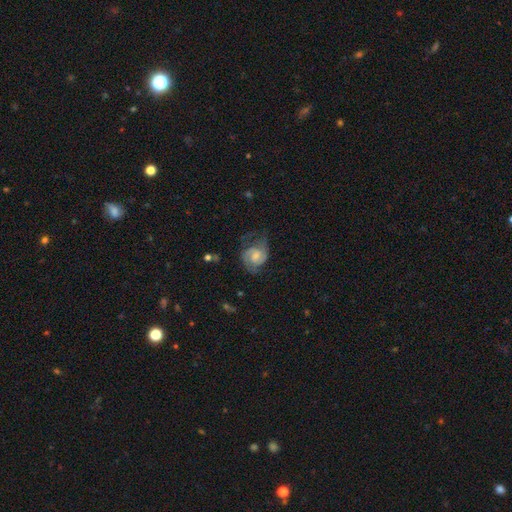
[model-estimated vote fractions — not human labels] This appears to be a featured or disk galaxy (64%) with a weak bar (46%), 2 (71%) medium (45%) spiral arms (88%) and a moderate central bulge (43%). Merging: none (44%).